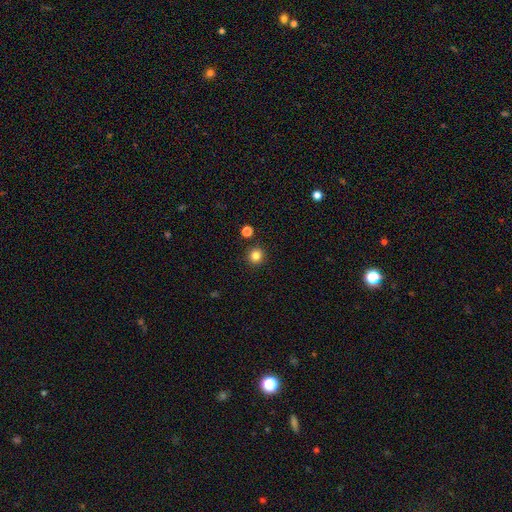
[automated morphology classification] Smooth or featured?
  - smooth: 84% *
  - star or artifact: 12%
  - featured or disk: 4%
How rounded?
  - round: 94% *
  - in between: 5%
  - cigar-shaped: 1%
Merging?
  - none: 90% *
  - minor disturbance: 5%
  - merger: 3%
  - major disturbance: 2%